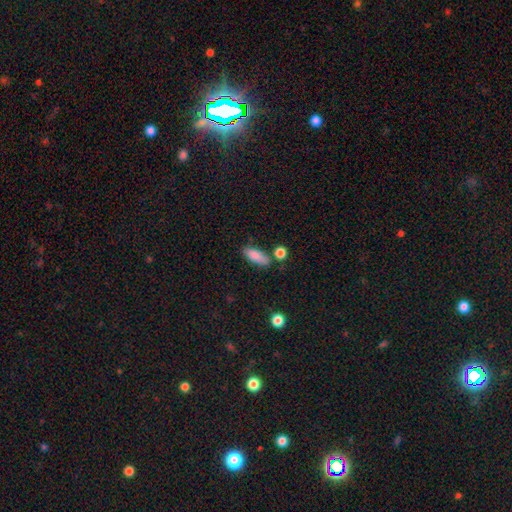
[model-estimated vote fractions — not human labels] smooth 85%, featured or disk 8%, star or artifact 7%. Down the decision tree: how rounded — in between (75%); merging — none (68%).